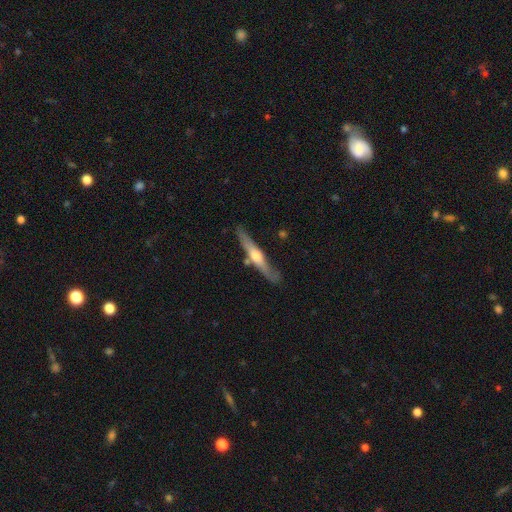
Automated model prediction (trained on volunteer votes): smooth-or-featured: featured or disk: 64% | smooth: 31% | star or artifact: 5%
  disk-edge-on: yes: 94% | no: 6%
    edge-on-bulge: rounded: 88% | none: 8% | boxy: 4%
  merging: none: 78% | minor disturbance: 13% | merger: 6% | major disturbance: 3%